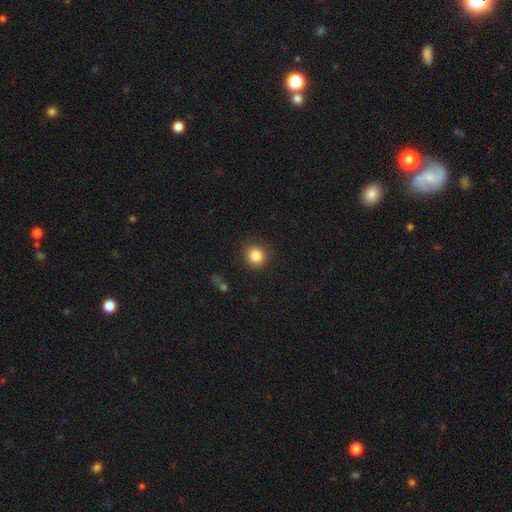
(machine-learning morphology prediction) A smooth galaxy with no disk features (84%) that is round (88%).

Vote fractions:
- Smooth or featured? smooth: 84% / star or artifact: 10% / featured or disk: 6%
- How rounded? round: 88% / in between: 11% / cigar-shaped: 1%
- Merging? none: 83% / minor disturbance: 12% / major disturbance: 4% / merger: 2%